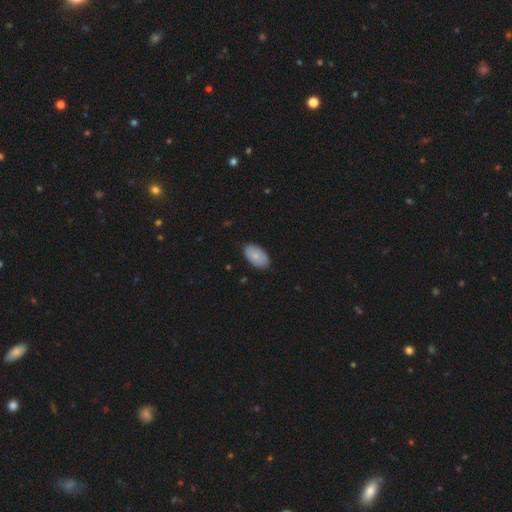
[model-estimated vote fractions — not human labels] Smooth or featured?
  - smooth: 80% *
  - featured or disk: 14%
  - star or artifact: 6%
How rounded?
  - in between: 94% *
  - round: 4%
  - cigar-shaped: 2%
Merging?
  - none: 85% *
  - minor disturbance: 11%
  - major disturbance: 2%
  - merger: 1%